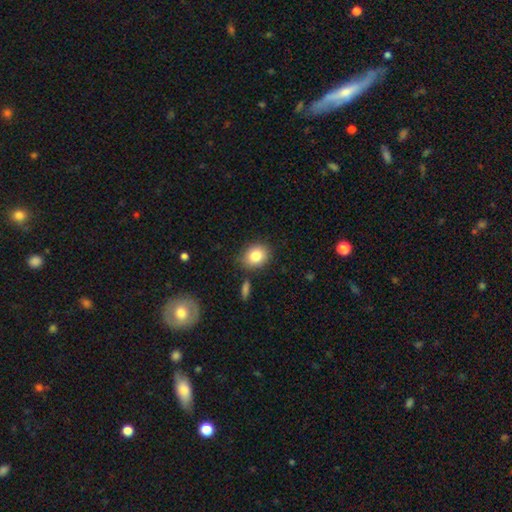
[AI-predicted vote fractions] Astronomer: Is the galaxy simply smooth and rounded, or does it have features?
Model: smooth — 82%.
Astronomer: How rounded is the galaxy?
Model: round — 55% (runner-up: in between, 44%).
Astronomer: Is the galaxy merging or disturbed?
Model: none — 81%.